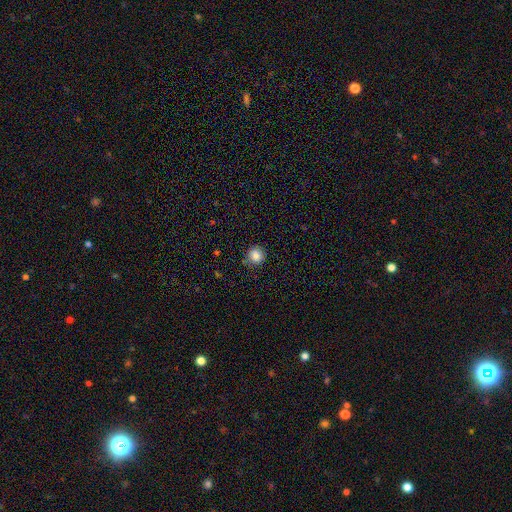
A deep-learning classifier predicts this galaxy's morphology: Smooth or featured: smooth — 85% (star or artifact — 10%)
How rounded: round — 90% (in between — 9%)
Merging: none — 82% (minor disturbance — 13%)